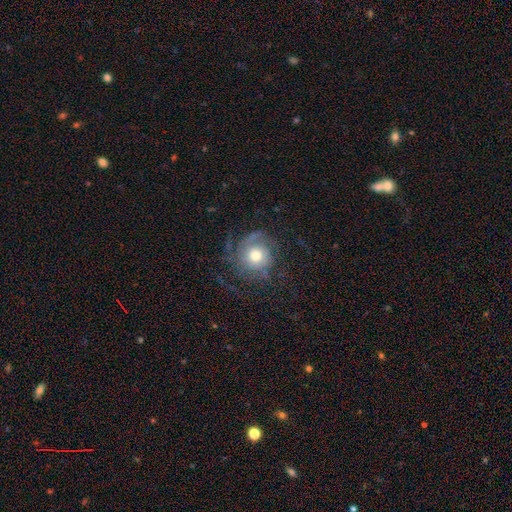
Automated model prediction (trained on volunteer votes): Smooth or featured? Predicted: featured or disk (p=0.56). Edge-on disk? Predicted: no (p=0.97). Bar? Predicted: no (p=0.83). Spiral arms? Predicted: yes (p=0.81). Bulge size? Predicted: moderate (p=0.65). Merging? Predicted: none (p=0.62).